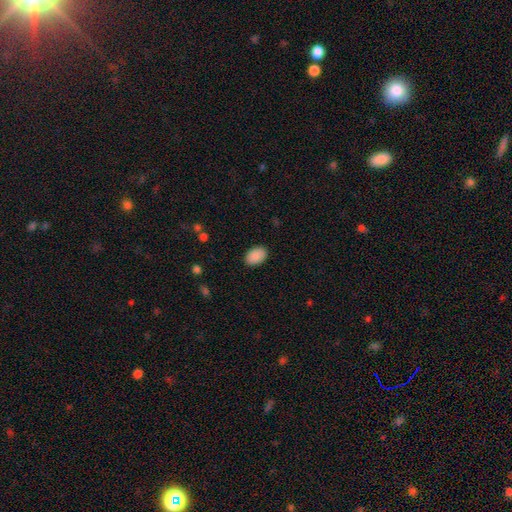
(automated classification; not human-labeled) A smooth galaxy with no disk features (90%) that is in between round and cigar-shaped (87%).

Vote fractions:
- Smooth or featured? smooth: 90% / star or artifact: 7% / featured or disk: 3%
- How rounded? in between: 87% / round: 12% / cigar-shaped: 1%
- Merging? none: 89% / minor disturbance: 8% / major disturbance: 2% / merger: 1%